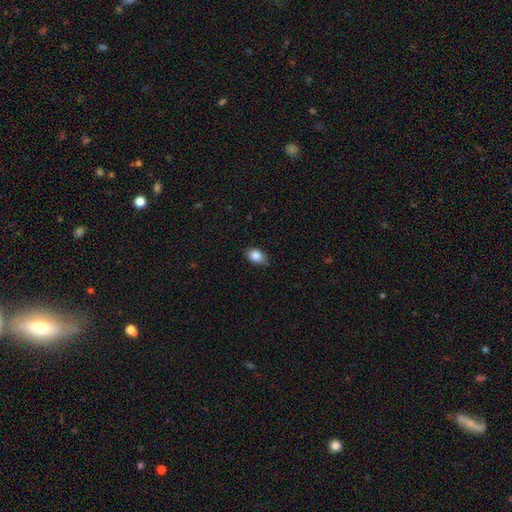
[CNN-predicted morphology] smooth-or-featured: smooth: 85% | star or artifact: 8% | featured or disk: 7%
  how-rounded: in between: 81% | round: 17% | cigar-shaped: 2%
  merging: none: 77% | minor disturbance: 20% | major disturbance: 3% | merger: 1%